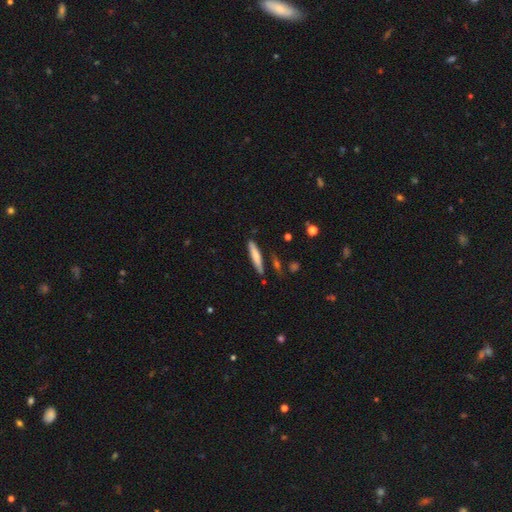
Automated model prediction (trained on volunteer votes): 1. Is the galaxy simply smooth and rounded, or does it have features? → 73% smooth, 21% featured or disk, 6% star or artifact.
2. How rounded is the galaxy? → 89% cigar-shaped, 9% in between, 1% round.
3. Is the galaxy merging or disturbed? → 79% none, 14% minor disturbance, 4% merger, 3% major disturbance.